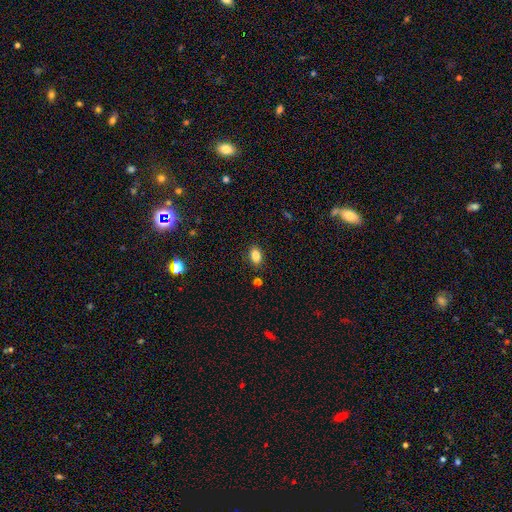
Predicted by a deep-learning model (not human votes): Smooth or featured?
  - smooth: 84% *
  - star or artifact: 10%
  - featured or disk: 6%
How rounded?
  - in between: 83% *
  - round: 15%
  - cigar-shaped: 2%
Merging?
  - none: 85% *
  - minor disturbance: 10%
  - merger: 3%
  - major disturbance: 2%